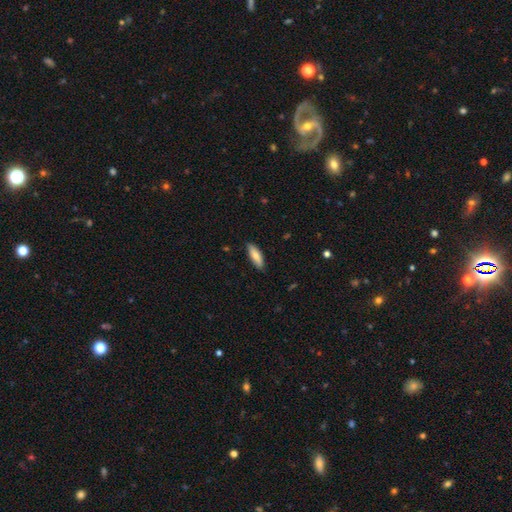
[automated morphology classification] A smooth galaxy with no disk features (74%) that is in between round and cigar-shaped (58%).

Vote fractions:
- Smooth or featured? smooth: 74% / featured or disk: 20% / star or artifact: 6%
- How rounded? in between: 58% / cigar-shaped: 40% / round: 2%
- Merging? none: 85% / minor disturbance: 12% / major disturbance: 2% / merger: 1%